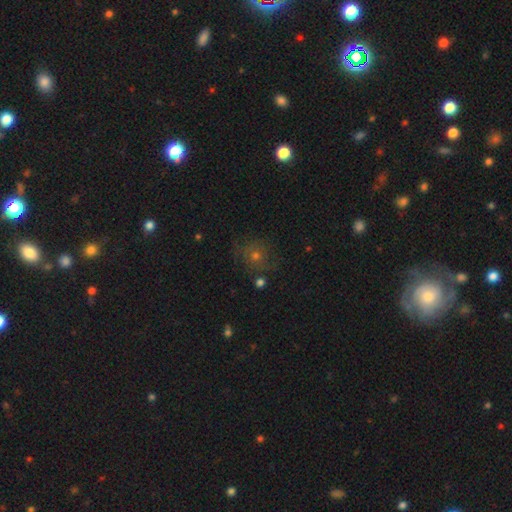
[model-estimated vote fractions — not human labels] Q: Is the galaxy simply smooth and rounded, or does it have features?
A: smooth — 45%.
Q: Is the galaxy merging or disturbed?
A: none — 73%.